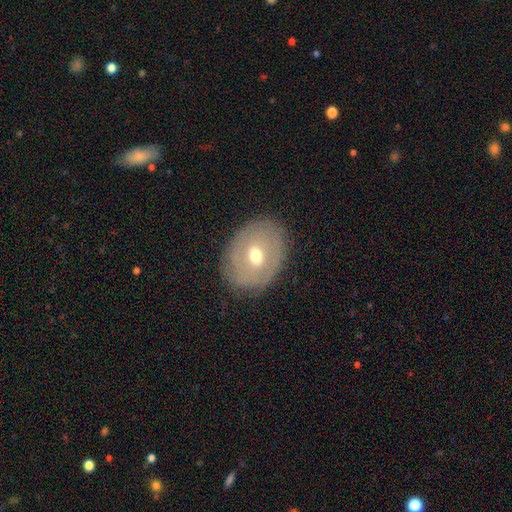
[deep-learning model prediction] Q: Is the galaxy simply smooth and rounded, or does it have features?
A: featured or disk — 49%.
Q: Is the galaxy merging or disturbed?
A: none — 81%.